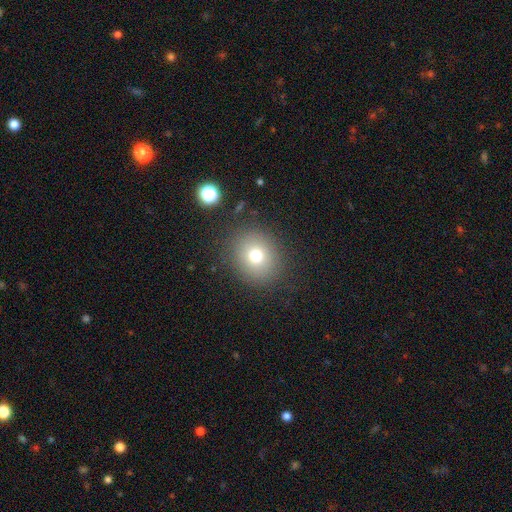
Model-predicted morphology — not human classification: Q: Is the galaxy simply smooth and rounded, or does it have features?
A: smooth — 72%.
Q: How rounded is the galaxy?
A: round — 80%.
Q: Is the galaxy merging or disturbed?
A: none — 86%.